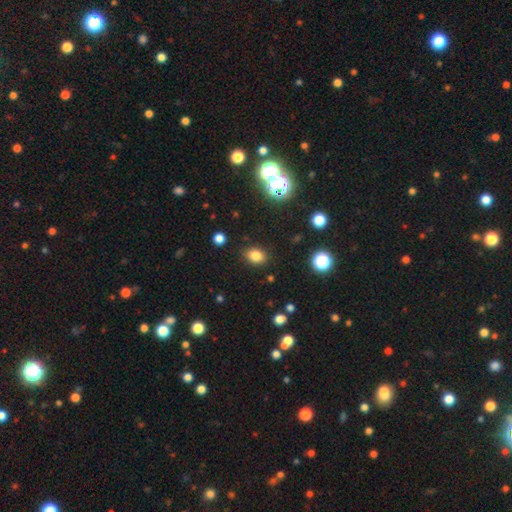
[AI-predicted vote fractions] Smooth or featured: smooth — 81% (star or artifact — 13%)
How rounded: in between — 71% (round — 28%)
Merging: none — 85% (minor disturbance — 11%)